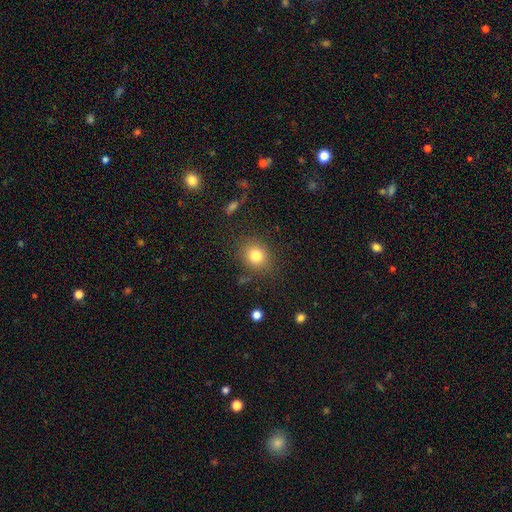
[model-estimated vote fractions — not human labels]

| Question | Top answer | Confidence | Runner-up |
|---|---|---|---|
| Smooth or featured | smooth | 80% | star or artifact (12%) |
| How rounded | round | 73% | in between (26%) |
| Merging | none | 83% | minor disturbance (11%) |